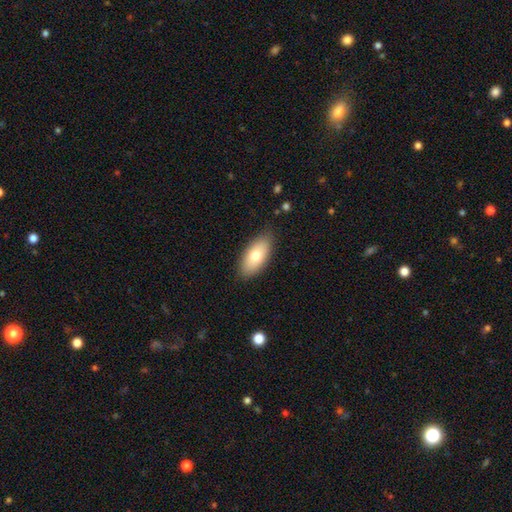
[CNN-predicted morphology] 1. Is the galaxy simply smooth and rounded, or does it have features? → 73% smooth, 20% featured or disk, 7% star or artifact.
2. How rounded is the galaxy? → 89% in between, 8% cigar-shaped, 3% round.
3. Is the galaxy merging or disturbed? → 84% none, 12% minor disturbance, 3% major disturbance, 1% merger.